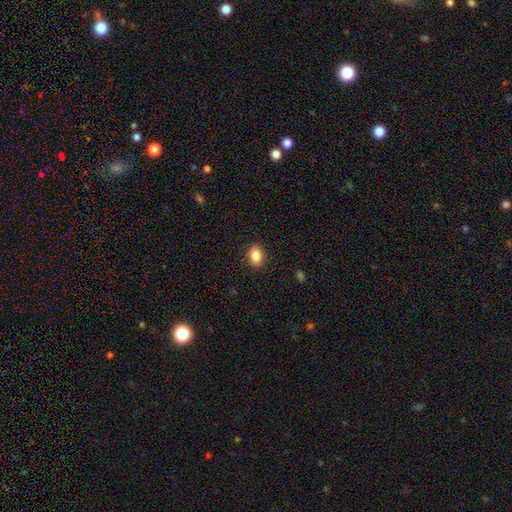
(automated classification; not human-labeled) Smooth or featured? smooth (87%)
How rounded? in between (74%)
Merging? none (87%)